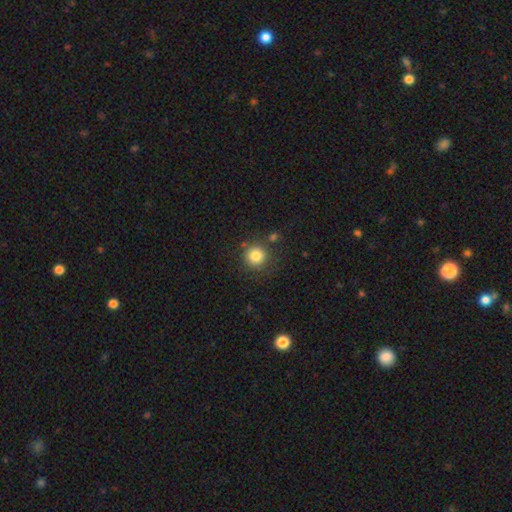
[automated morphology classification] Q: Smooth or featured?
A: smooth (82%); runner-up: star or artifact (12%)
Q: How rounded?
A: round (94%); runner-up: in between (5%)
Q: Merging?
A: none (81%); runner-up: minor disturbance (9%)